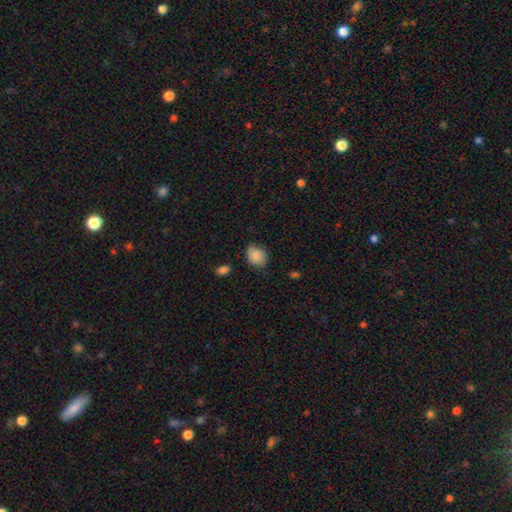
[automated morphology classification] Overall: smooth (82%). How rounded: round (56%; in between 43%). Merging: none (64%; minor disturbance 29%).